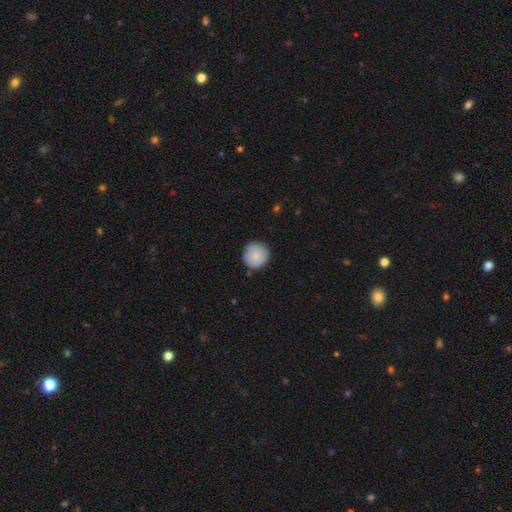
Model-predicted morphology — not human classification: smooth_or_featured: smooth (p=0.84) [alt: featured or disk p=0.09]
how_rounded: round (p=0.94) [alt: in between p=0.05]
merging: none (p=0.84) [alt: minor disturbance p=0.12]